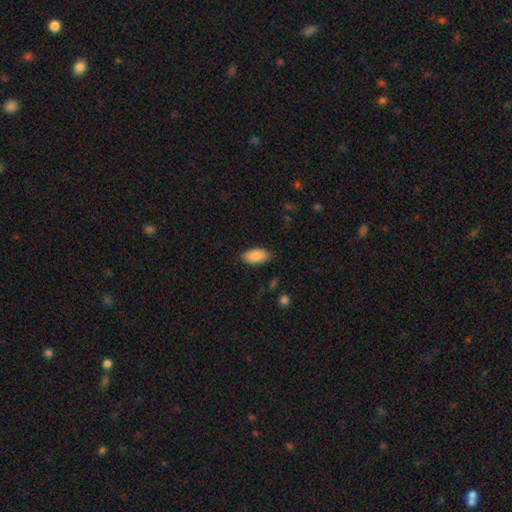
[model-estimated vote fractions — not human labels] Q: Smooth or featured?
A: smooth (89%); runner-up: star or artifact (7%)
Q: How rounded?
A: in between (93%); runner-up: cigar-shaped (5%)
Q: Merging?
A: none (85%); runner-up: minor disturbance (11%)